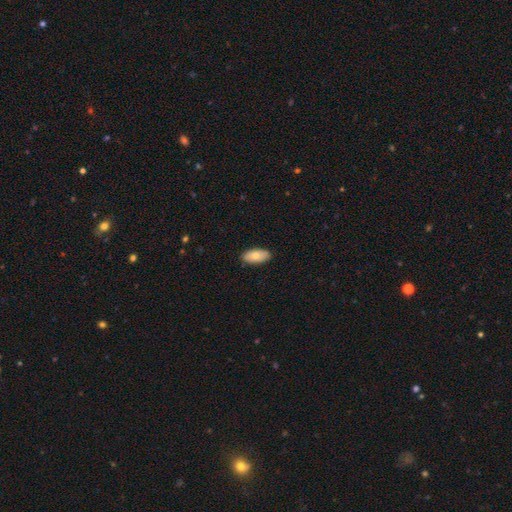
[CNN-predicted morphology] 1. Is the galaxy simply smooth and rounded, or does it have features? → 76% smooth, 18% featured or disk, 6% star or artifact.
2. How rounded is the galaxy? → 92% in between, 6% cigar-shaped, 2% round.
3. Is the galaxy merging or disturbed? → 88% none, 9% minor disturbance, 2% major disturbance, 1% merger.